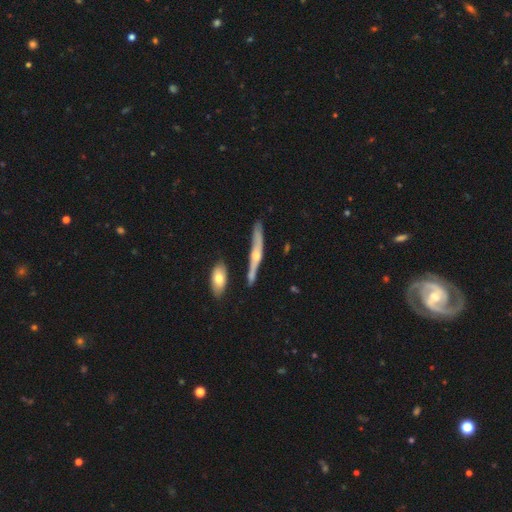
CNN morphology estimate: A featured or disk galaxy (68%) viewed edge-on (89%) with a rounded central bulge (82%).

Vote fractions:
- Smooth or featured? featured or disk: 68% / smooth: 25% / star or artifact: 7%
- Edge-on disk? yes: 89% / no: 11%
- Edge-on bulge? rounded: 82% / none: 14% / boxy: 5%
- Merging? none: 73% / minor disturbance: 15% / merger: 7% / major disturbance: 4%